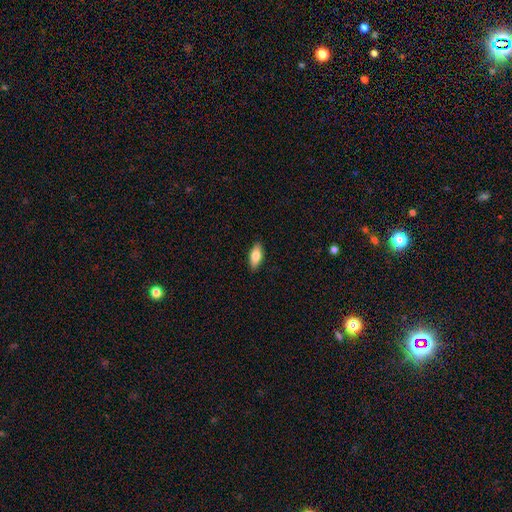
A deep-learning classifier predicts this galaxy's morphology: This appears to be a smooth galaxy with no disk features (77%) that is in between round and cigar-shaped (82%). Merging: none (89%).